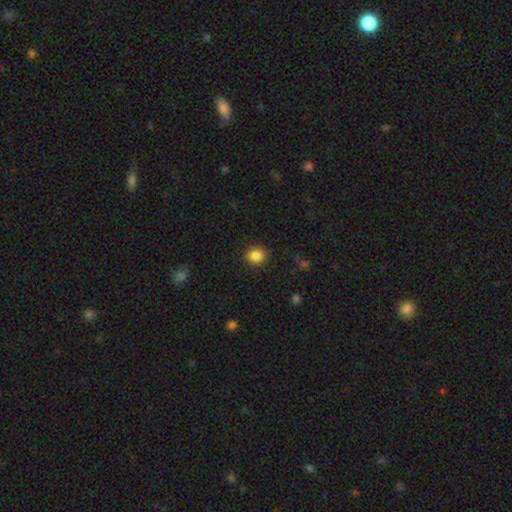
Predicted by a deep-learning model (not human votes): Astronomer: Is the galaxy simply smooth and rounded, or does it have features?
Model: smooth — 86%.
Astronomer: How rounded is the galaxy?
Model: round — 79%.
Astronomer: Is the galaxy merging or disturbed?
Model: none — 89%.